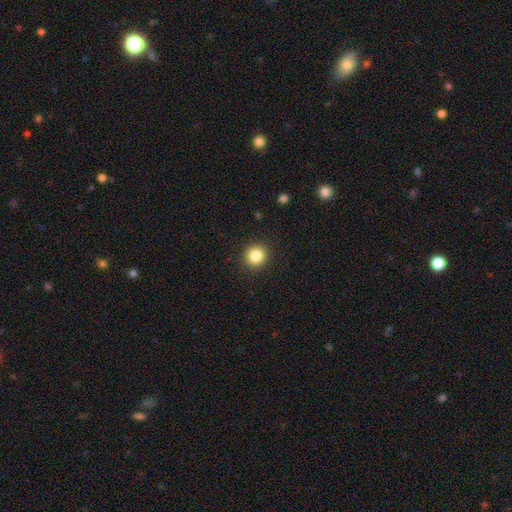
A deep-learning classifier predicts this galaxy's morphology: Smooth or featured: smooth — 85% (star or artifact — 10%)
How rounded: round — 90% (in between — 9%)
Merging: none — 91% (minor disturbance — 6%)